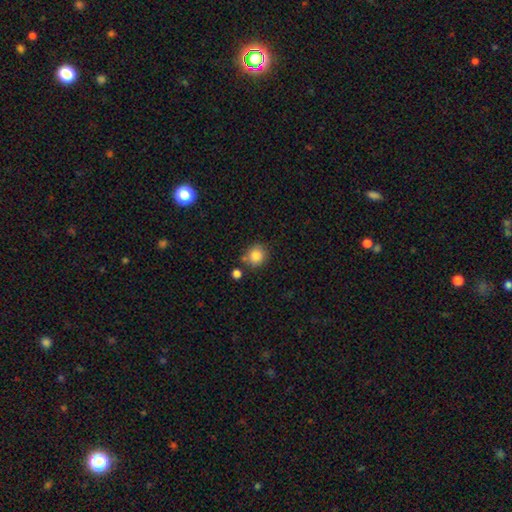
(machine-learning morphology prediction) type=smooth (85%); roundness=round (86%); merging=none (75%).